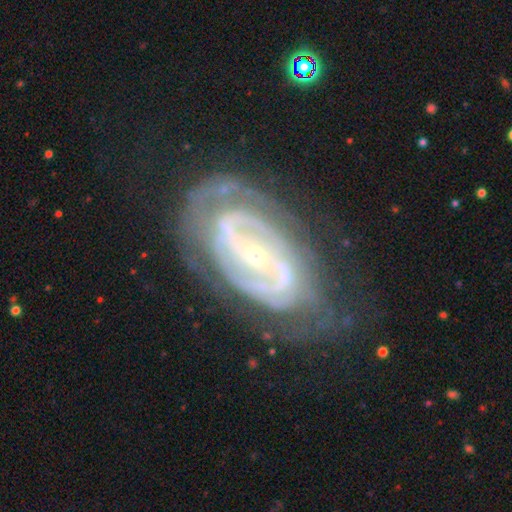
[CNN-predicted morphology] Smooth or featured? featured or disk (86%)
Edge-on disk? no (95%)
Bar? strong (38%)
Spiral arms? yes (88%)
Spiral winding? tight (63%)
Spiral arm count? 2 (49%)
Bulge size? small (80%)
Merging? none (63%)